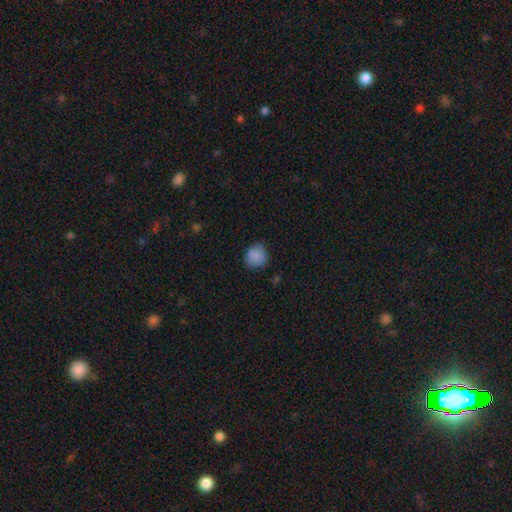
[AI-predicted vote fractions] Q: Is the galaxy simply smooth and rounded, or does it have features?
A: smooth — 85%.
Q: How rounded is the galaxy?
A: round — 78%.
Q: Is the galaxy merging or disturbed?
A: none — 73%.